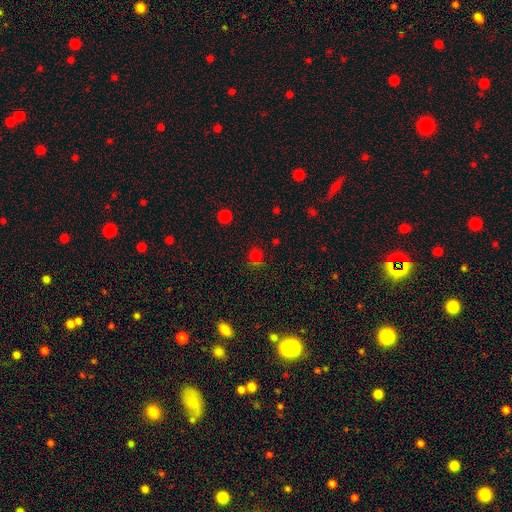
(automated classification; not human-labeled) Morphology: type=smooth (63%); roundness=round (86%); merging=none (72%).